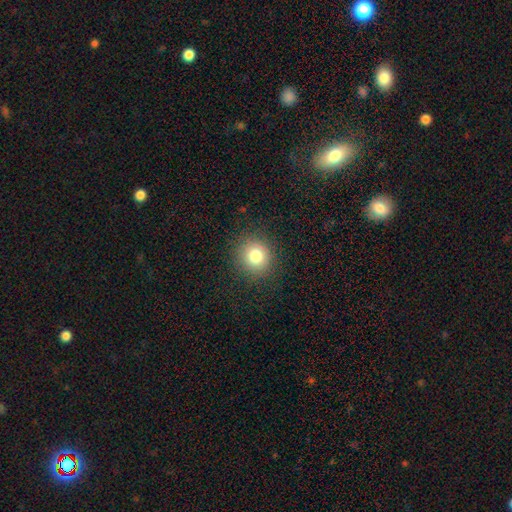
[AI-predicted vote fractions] A smooth galaxy with no disk features (80%) that is round (89%). Merging: none (89%).